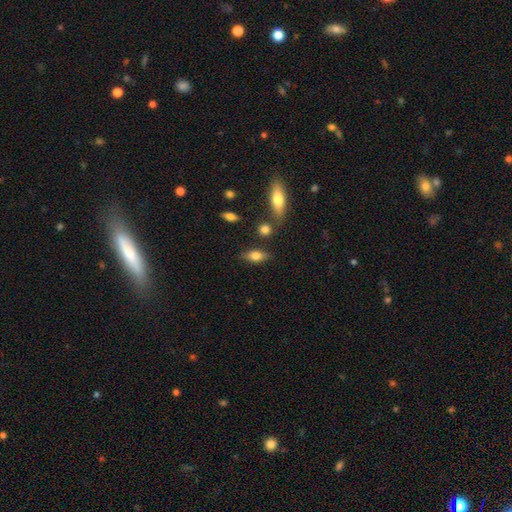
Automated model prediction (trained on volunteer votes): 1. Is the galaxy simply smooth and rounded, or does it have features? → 66% smooth, 26% featured or disk, 8% star or artifact.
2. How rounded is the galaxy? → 74% in between, 20% cigar-shaped, 6% round.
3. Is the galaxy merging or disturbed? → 76% none, 14% minor disturbance, 7% merger, 4% major disturbance.